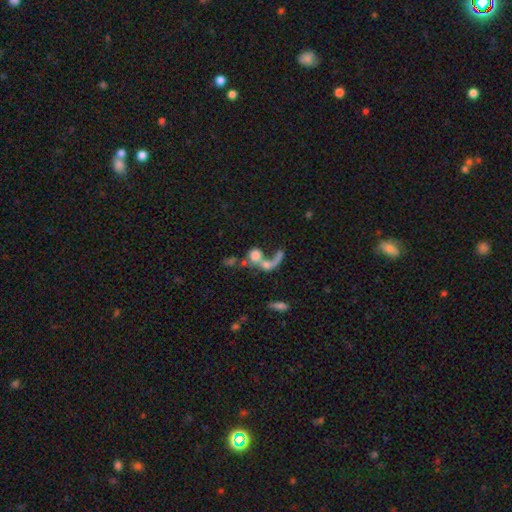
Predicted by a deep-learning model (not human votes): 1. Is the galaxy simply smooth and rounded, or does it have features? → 53% smooth, 34% featured or disk, 13% star or artifact.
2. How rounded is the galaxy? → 63% round, 33% in between, 5% cigar-shaped.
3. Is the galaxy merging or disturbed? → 57% merger, 19% major disturbance, 17% none, 7% minor disturbance.